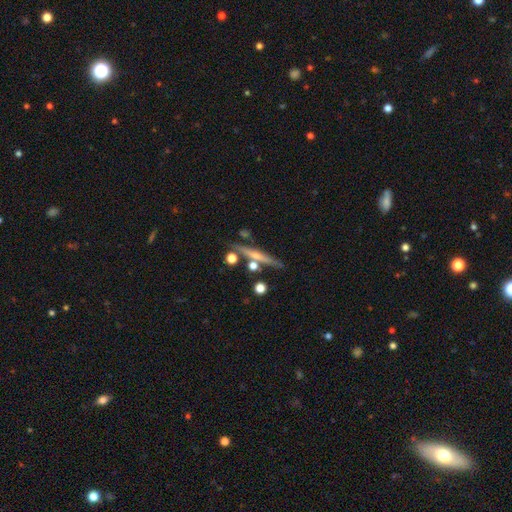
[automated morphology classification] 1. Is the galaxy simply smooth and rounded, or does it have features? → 65% featured or disk, 23% smooth, 12% star or artifact.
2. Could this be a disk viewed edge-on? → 94% yes, 6% no.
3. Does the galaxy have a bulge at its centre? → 61% rounded, 32% none, 7% boxy.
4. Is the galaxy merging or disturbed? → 76% none, 11% minor disturbance, 10% merger, 4% major disturbance.